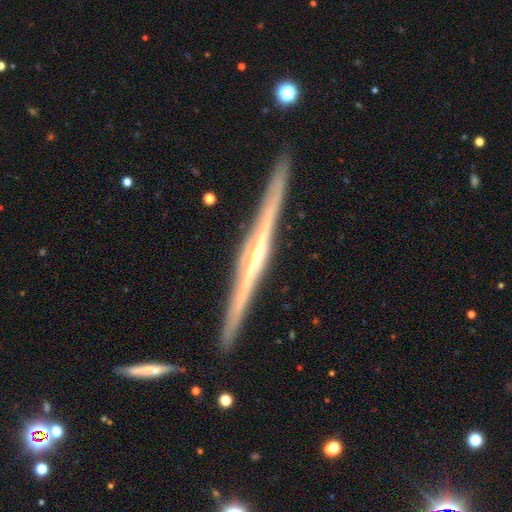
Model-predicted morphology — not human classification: The model was most divided on "edge-on bulge": rounded: 73%, none: 20%, boxy: 7%. More confident: edge-on disk — yes (98%); merging — none (91%); smooth or featured — featured or disk (86%).